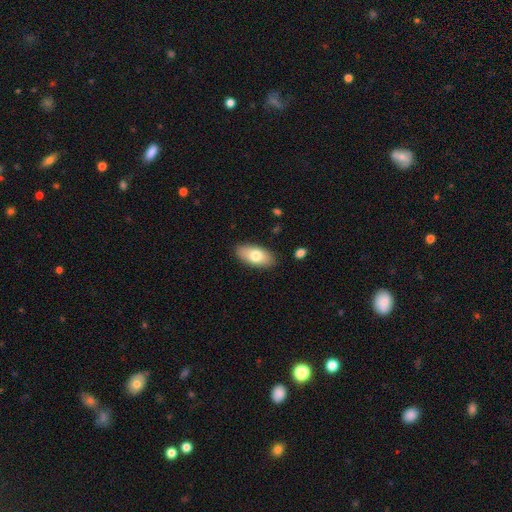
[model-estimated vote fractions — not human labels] This is likely a smooth galaxy (75%). How rounded: clearly in between (91%). Merging: clearly none (86%).